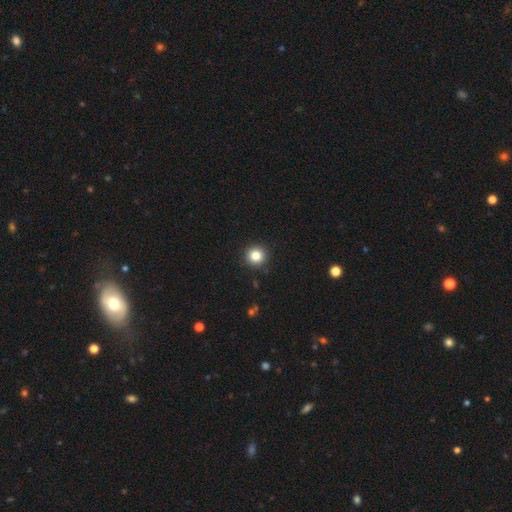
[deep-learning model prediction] A smooth galaxy with no disk features (83%) that is round (95%). Merging: none (92%).